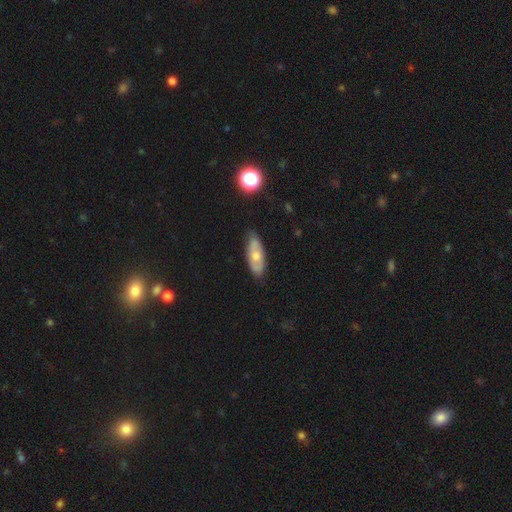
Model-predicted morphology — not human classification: smooth 53%, featured or disk 41%, star or artifact 7%. Down the decision tree: how rounded — in between (75%); merging — none (78%).